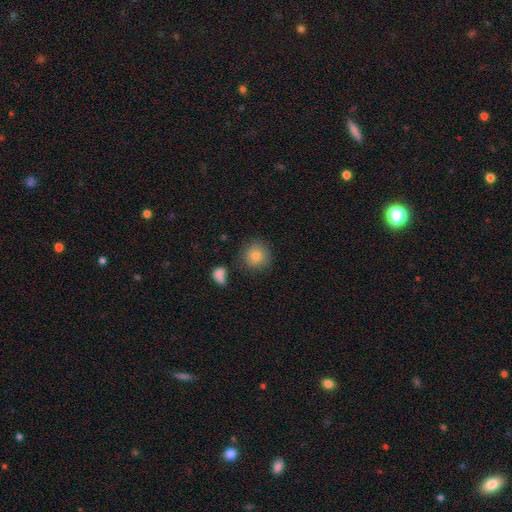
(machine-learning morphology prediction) This appears to be a smooth galaxy with no disk features (80%) that is round (93%). Merging: none (80%).